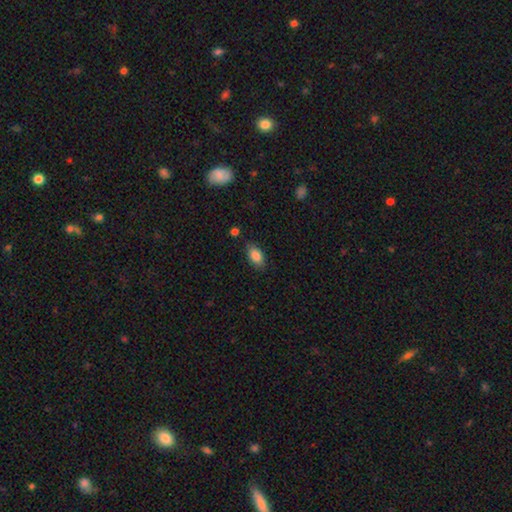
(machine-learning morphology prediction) Q: Smooth or featured?
A: smooth (86%); runner-up: star or artifact (8%)
Q: How rounded?
A: in between (90%); runner-up: round (6%)
Q: Merging?
A: none (82%); runner-up: minor disturbance (13%)